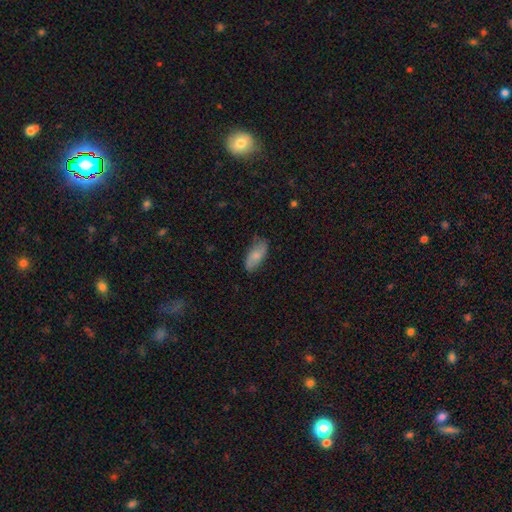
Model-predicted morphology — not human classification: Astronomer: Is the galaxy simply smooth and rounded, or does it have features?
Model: smooth — 74%.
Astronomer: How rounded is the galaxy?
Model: in between — 87%.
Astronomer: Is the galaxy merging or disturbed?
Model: none — 71%.